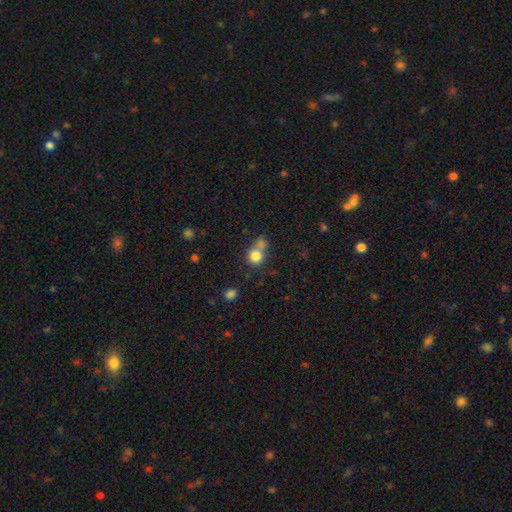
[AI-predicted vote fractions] This appears to be a smooth galaxy with no disk features (81%) that is round (84%). Merging: none (44%).